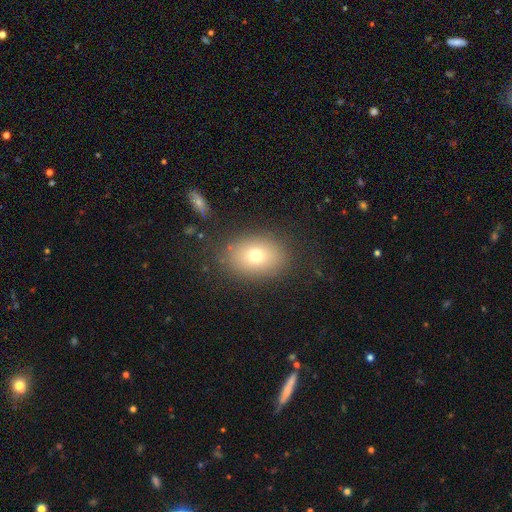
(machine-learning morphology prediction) type=smooth (73%); roundness=in between (70%); merging=none (84%).